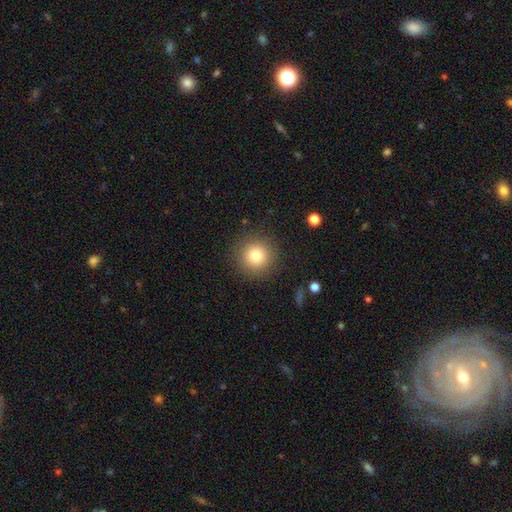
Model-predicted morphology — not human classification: Smooth or featured? Predicted: smooth (p=0.80). How rounded? Predicted: round (p=0.95). Merging? Predicted: none (p=0.90).